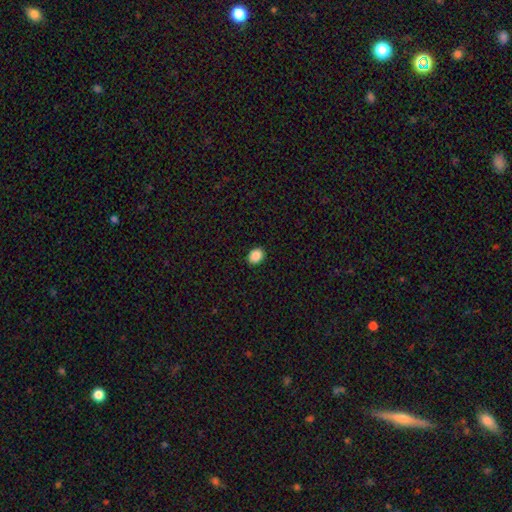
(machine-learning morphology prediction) smooth_or_featured: smooth (p=0.89) [alt: star or artifact p=0.08]
how_rounded: in between (p=0.59) [alt: round p=0.40]
merging: none (p=0.91) [alt: minor disturbance p=0.06]